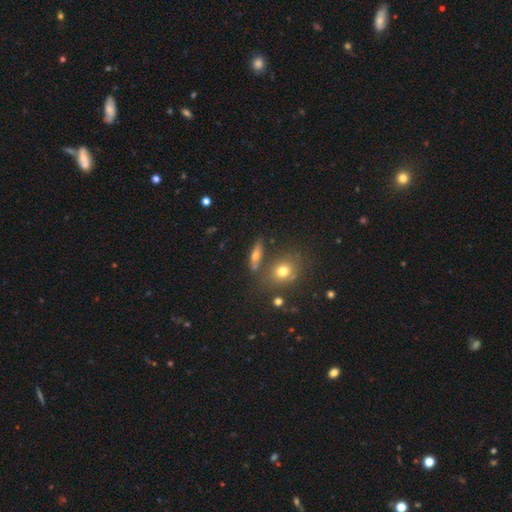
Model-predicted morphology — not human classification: This is possibly a smooth galaxy (54%). How rounded: marginally cigar-shaped (44%). Merging: likely none (71%).